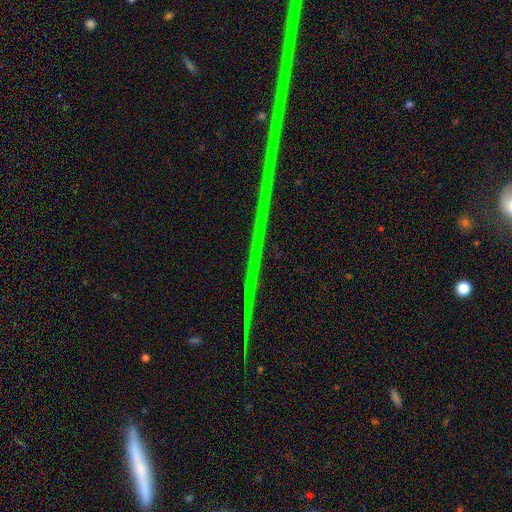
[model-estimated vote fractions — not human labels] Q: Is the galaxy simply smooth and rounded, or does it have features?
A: star or artifact — 85%.